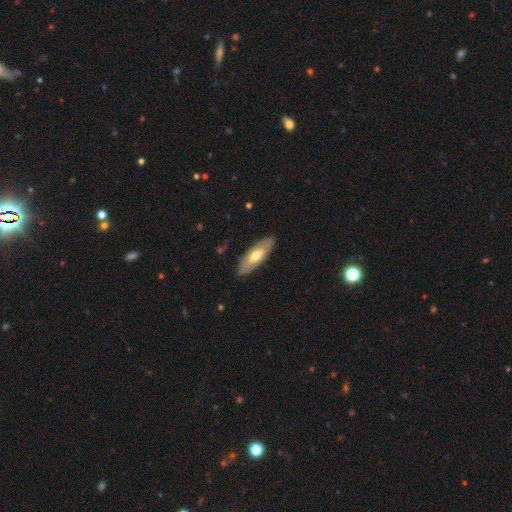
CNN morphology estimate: type=smooth (59%); roundness=in between (62%); merging=none (87%).